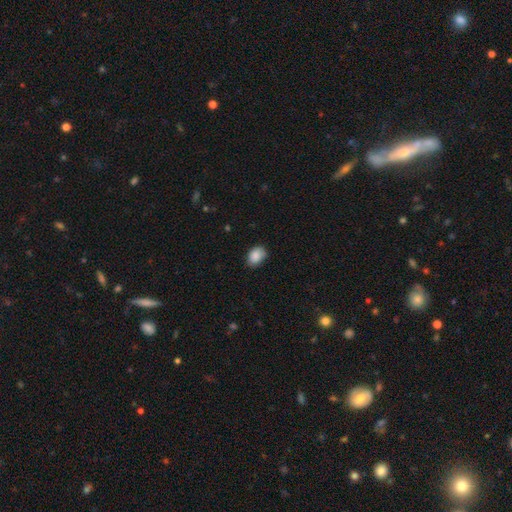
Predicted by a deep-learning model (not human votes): Smooth or featured? Predicted: smooth (p=0.88). How rounded? Predicted: in between (p=0.79). Merging? Predicted: none (p=0.76).